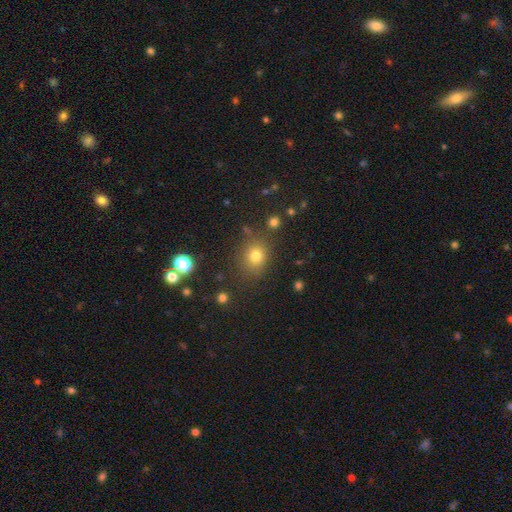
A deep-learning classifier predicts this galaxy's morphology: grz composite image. It shows a smooth galaxy with no disk features (77%) that is round (69%). Merging: none (79%).